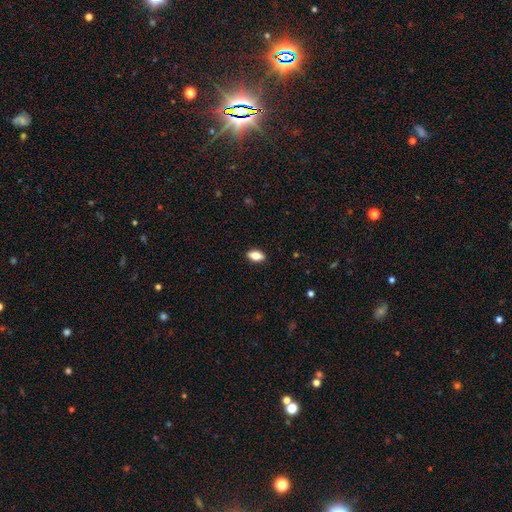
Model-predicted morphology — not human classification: The model was most divided on "smooth or featured": smooth: 77%, featured or disk: 15%, star or artifact: 8%. More confident: merging — none (89%); how rounded — in between (87%).